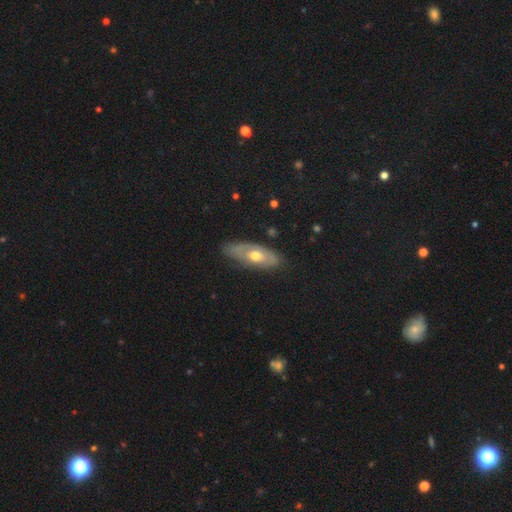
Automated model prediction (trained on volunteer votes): Morphology: type=featured or disk (55%); edge-on=no (75%); merging=none (70%).